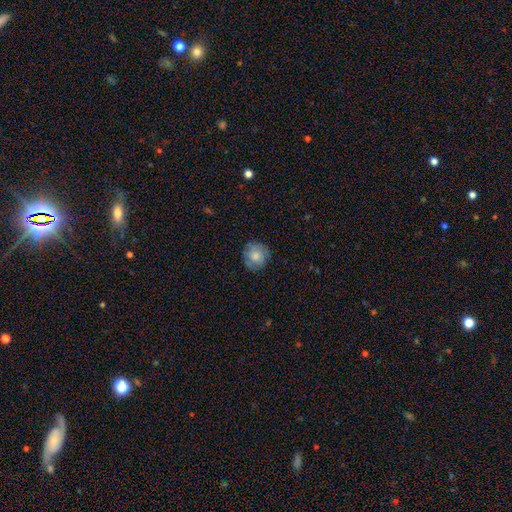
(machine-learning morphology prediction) A smooth galaxy with no disk features (73%) that is round (90%).

Vote fractions:
- Smooth or featured? smooth: 73% / featured or disk: 19% / star or artifact: 8%
- How rounded? round: 90% / in between: 9% / cigar-shaped: 1%
- Merging? none: 81% / minor disturbance: 14% / major disturbance: 4% / merger: 1%